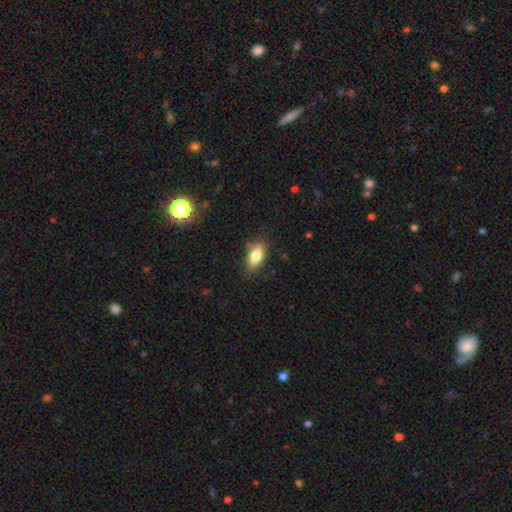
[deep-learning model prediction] The model was most divided on "merging": none: 77%, minor disturbance: 18%, major disturbance: 3%, merger: 2%. More confident: how rounded — in between (86%); smooth or featured — smooth (80%).